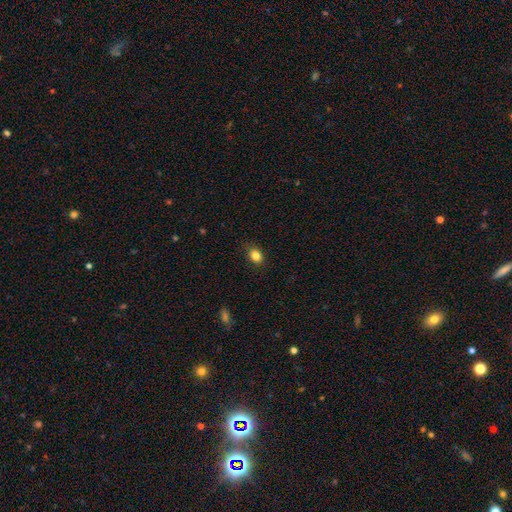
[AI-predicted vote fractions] Overall: smooth (84%). How rounded: in between (58%; round 41%). Merging: none (84%).